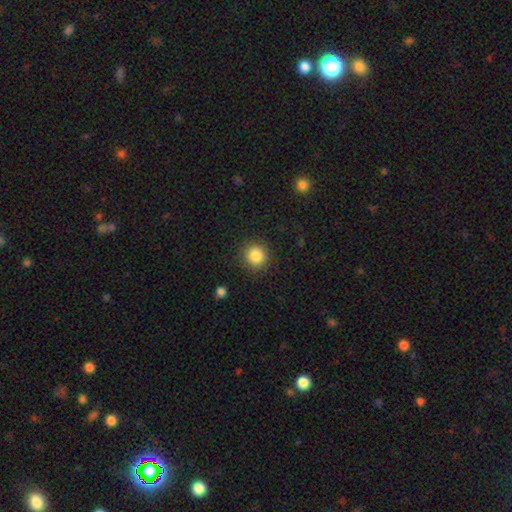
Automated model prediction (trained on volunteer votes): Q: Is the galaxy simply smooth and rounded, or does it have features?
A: smooth — 85%.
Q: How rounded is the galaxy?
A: round — 92%.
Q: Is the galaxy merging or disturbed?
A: none — 89%.